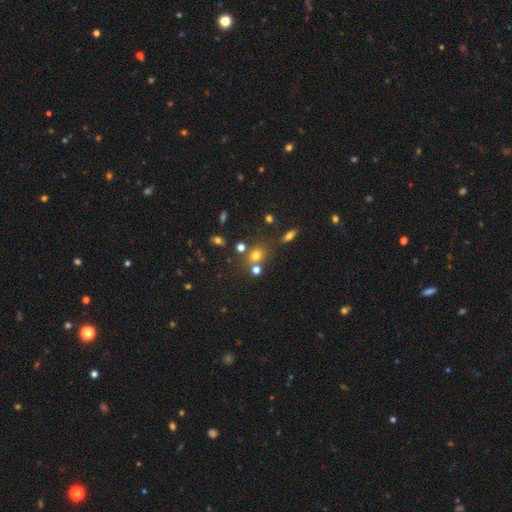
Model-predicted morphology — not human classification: smooth 68%, star or artifact 20%, featured or disk 12%. Down the decision tree: how rounded — round (67%); merging — none (64%).